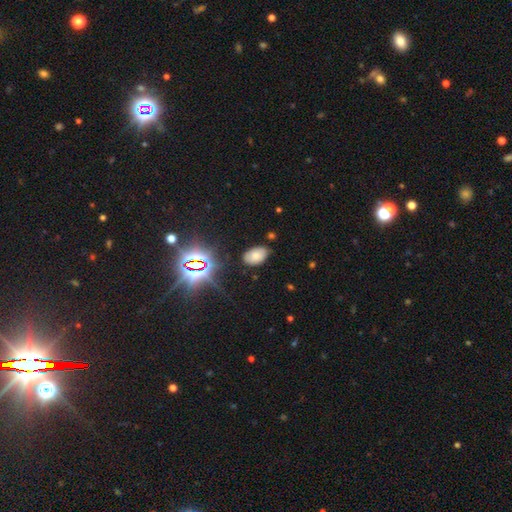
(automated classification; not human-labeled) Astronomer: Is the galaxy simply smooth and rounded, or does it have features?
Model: smooth — 69%.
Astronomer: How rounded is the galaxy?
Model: in between — 91%.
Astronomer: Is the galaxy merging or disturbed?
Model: none — 81%.